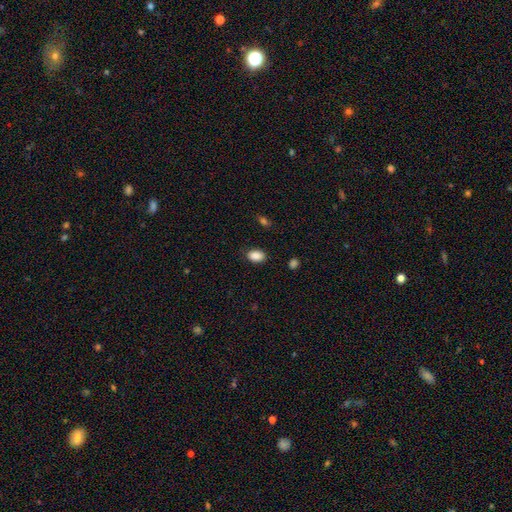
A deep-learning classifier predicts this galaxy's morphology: smooth-or-featured: smooth: 89% | star or artifact: 8% | featured or disk: 3%
  how-rounded: in between: 81% | round: 18% | cigar-shaped: 1%
  merging: none: 83% | minor disturbance: 13% | major disturbance: 3% | merger: 1%